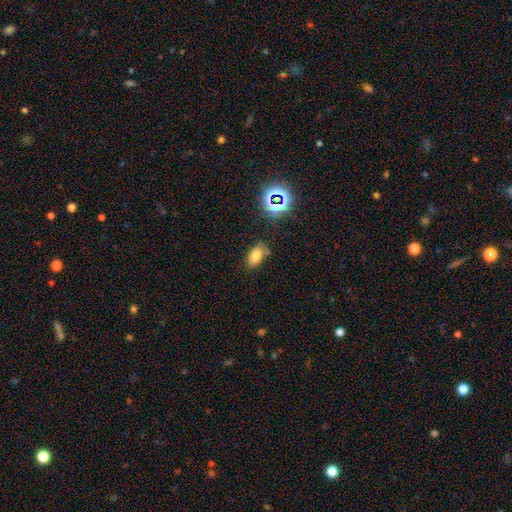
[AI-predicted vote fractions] A smooth galaxy with no disk features (72%) that is in between round and cigar-shaped (89%). Merging: none (70%).